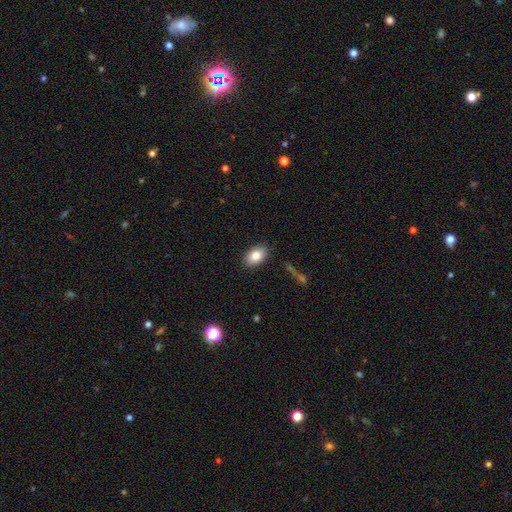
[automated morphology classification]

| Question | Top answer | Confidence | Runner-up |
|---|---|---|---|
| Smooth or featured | smooth | 83% | featured or disk (9%) |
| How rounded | in between | 88% | round (11%) |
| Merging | none | 87% | minor disturbance (9%) |